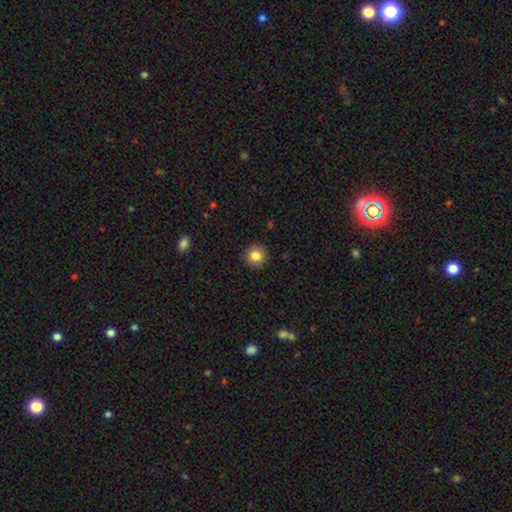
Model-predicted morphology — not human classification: type=smooth (85%); roundness=round (93%); merging=none (92%).